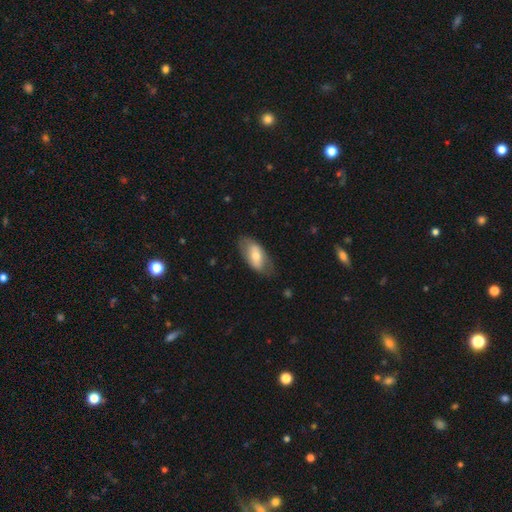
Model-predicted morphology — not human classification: smooth_or_featured: smooth (p=0.58) [alt: featured or disk p=0.36]
how_rounded: in between (p=0.90) [alt: cigar-shaped p=0.06]
merging: none (p=0.72) [alt: minor disturbance p=0.20]